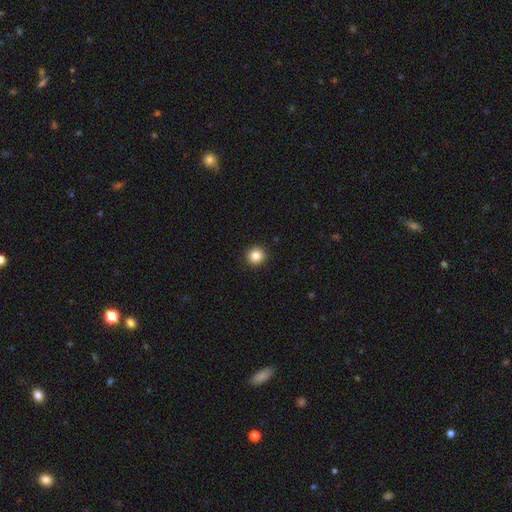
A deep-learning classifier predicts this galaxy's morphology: Smooth or featured? smooth (85%)
How rounded? round (95%)
Merging? none (93%)